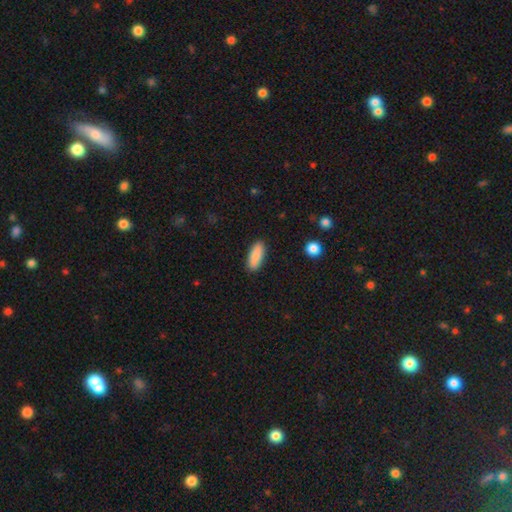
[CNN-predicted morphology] A smooth galaxy with no disk features (88%) that is in between round and cigar-shaped (75%).

Vote fractions:
- Smooth or featured? smooth: 88% / featured or disk: 6% / star or artifact: 6%
- How rounded? in between: 75% / cigar-shaped: 24% / round: 2%
- Merging? none: 89% / minor disturbance: 8% / major disturbance: 2% / merger: 1%